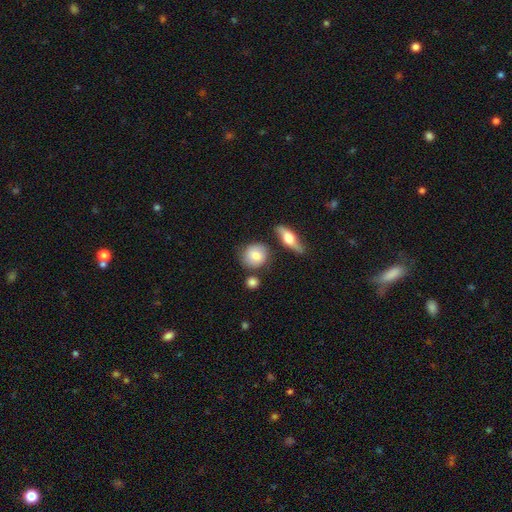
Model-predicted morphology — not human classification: smooth 76%, featured or disk 16%, star or artifact 7%. Down the decision tree: how rounded — round (80%); merging — none (73%).